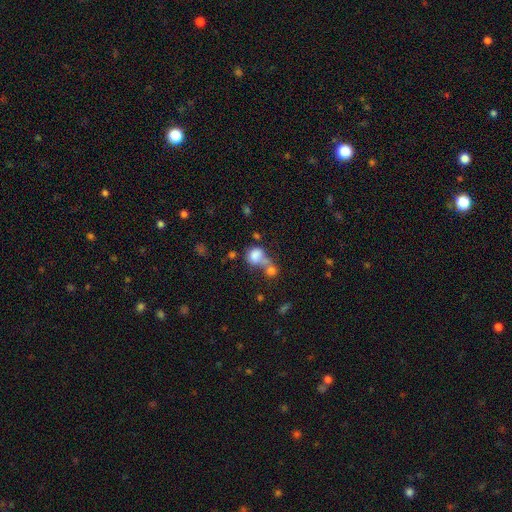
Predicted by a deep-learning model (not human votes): Smooth or featured? Predicted: smooth (p=0.75). How rounded? Predicted: in between (p=0.49, tied with round). Merging? Predicted: merger (p=0.57).